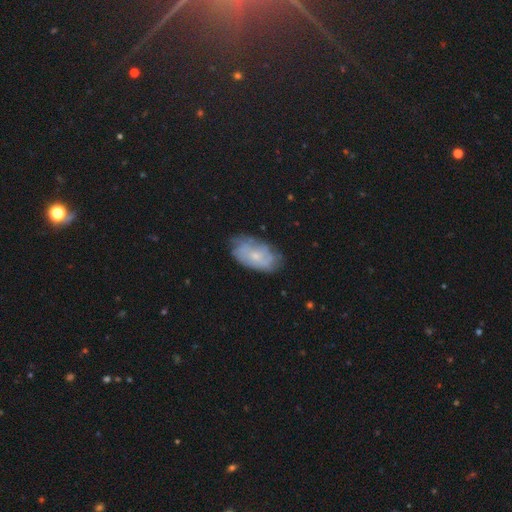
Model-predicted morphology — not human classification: featured or disk 57%, smooth 36%, star or artifact 8%. Down the decision tree: edge-on disk — no (95%); bar — no (79%); spiral arms — yes (71%); bulge size — small (68%); merging — none (70%).